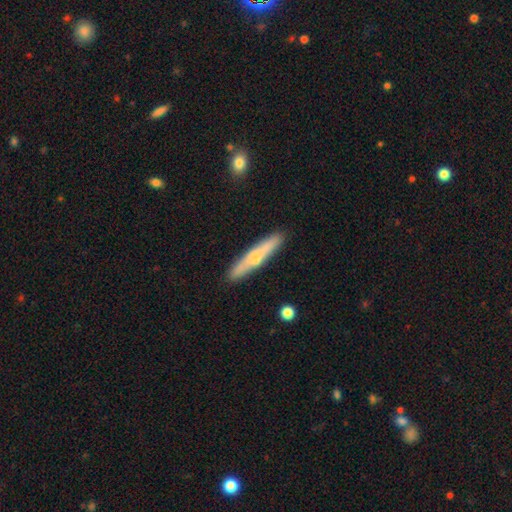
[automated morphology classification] Q: Smooth or featured?
A: smooth (50%); runner-up: featured or disk (44%)
Q: How rounded?
A: cigar-shaped (92%); runner-up: in between (7%)
Q: Merging?
A: none (89%); runner-up: minor disturbance (8%)